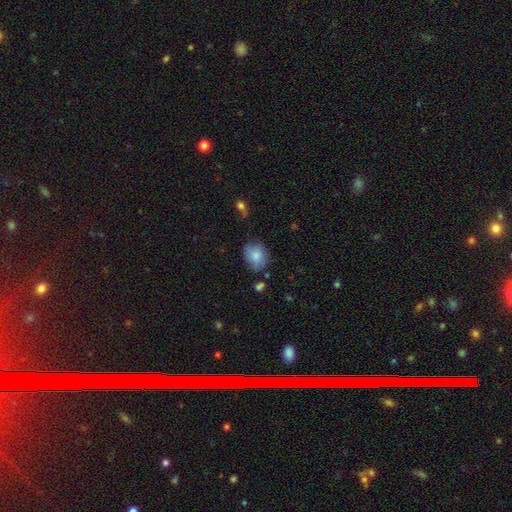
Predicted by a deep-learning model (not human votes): A smooth galaxy with no disk features (76%) that is round (57%). Merging: none (65%).